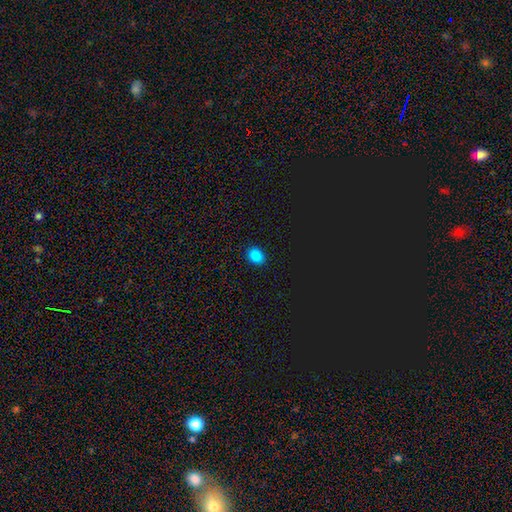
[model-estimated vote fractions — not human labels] smooth-or-featured: smooth: 84% | star or artifact: 13% | featured or disk: 3%
  how-rounded: in between: 68% | round: 31% | cigar-shaped: 1%
  merging: none: 90% | minor disturbance: 7% | major disturbance: 2% | merger: 1%